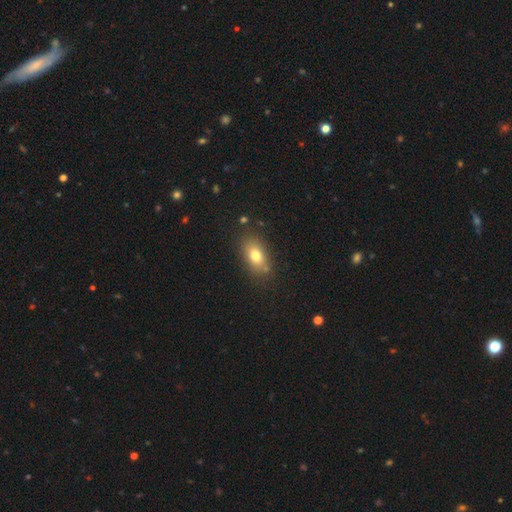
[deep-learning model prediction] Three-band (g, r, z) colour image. It shows a smooth galaxy with no disk features (76%) that is in between round and cigar-shaped (82%). Merging: none (77%).